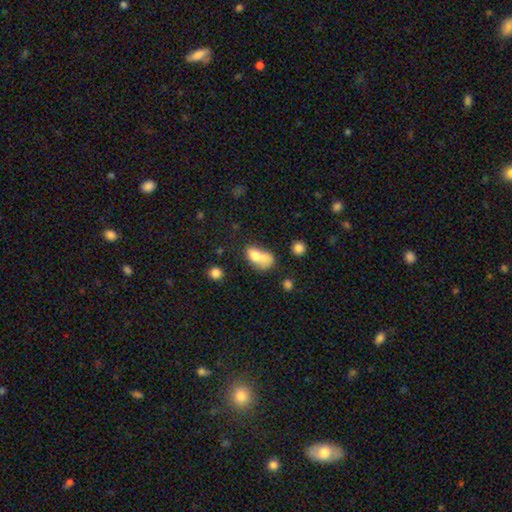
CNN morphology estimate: A smooth galaxy with no disk features (70%) that is in between round and cigar-shaped (75%).

Vote fractions:
- Smooth or featured? smooth: 70% / featured or disk: 20% / star or artifact: 10%
- How rounded? in between: 75% / round: 22% / cigar-shaped: 2%
- Merging? merger: 56% / none: 20% / minor disturbance: 13% / major disturbance: 11%